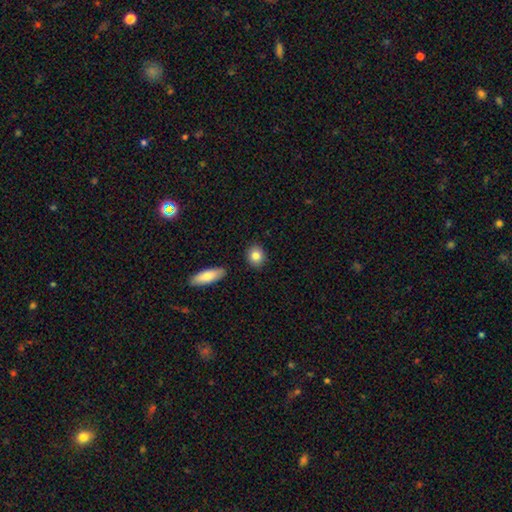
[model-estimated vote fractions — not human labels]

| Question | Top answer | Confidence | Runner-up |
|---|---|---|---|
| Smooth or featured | smooth | 83% | featured or disk (9%) |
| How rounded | round | 67% | in between (31%) |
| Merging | none | 88% | minor disturbance (7%) |